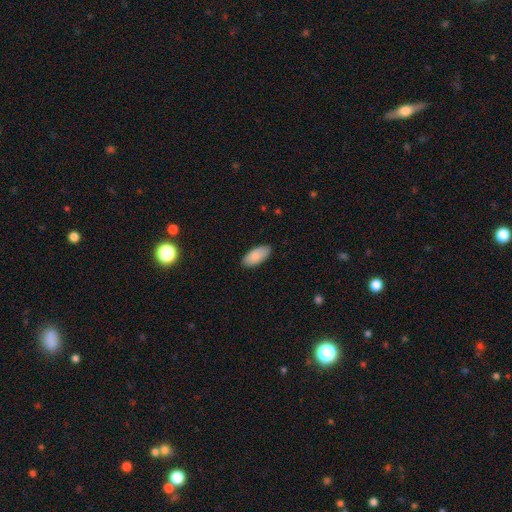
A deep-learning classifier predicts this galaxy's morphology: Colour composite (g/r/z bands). It shows a smooth galaxy with no disk features (88%) that is in between round and cigar-shaped (93%). Merging: none (87%).